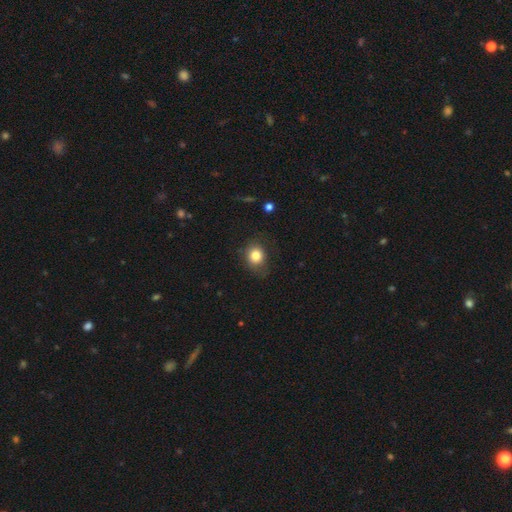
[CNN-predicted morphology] smooth_or_featured: smooth (p=0.82) [alt: star or artifact p=0.10]
how_rounded: round (p=0.71) [alt: in between p=0.28]
merging: none (p=0.72) [alt: minor disturbance p=0.20]